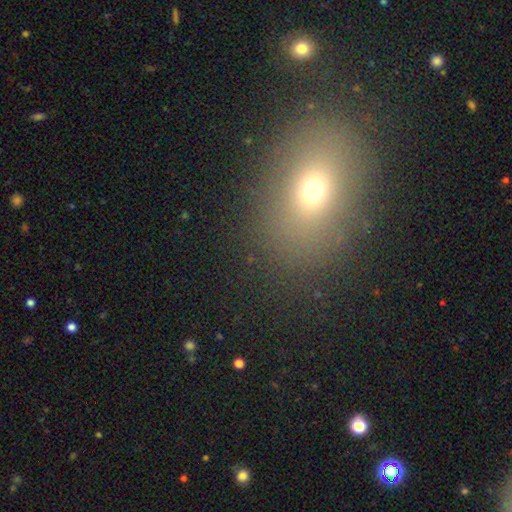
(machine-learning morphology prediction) This is likely a smooth galaxy (62%). How rounded: likely in between (62%). Merging: clearly none (82%).